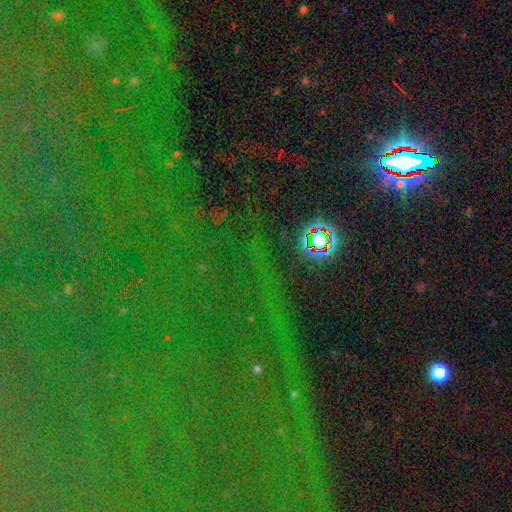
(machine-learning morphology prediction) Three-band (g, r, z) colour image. It shows a star or artifact, not a galaxy (84%).